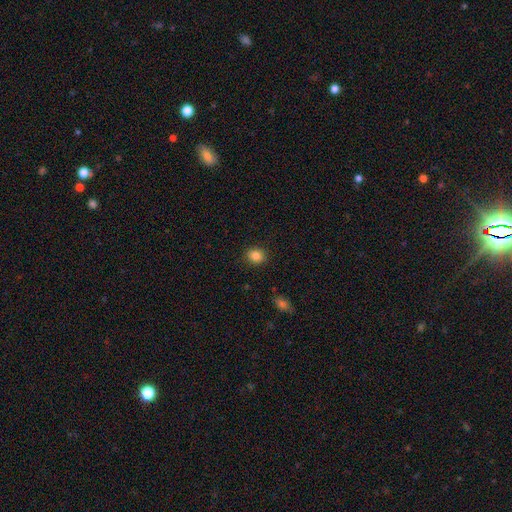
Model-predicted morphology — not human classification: smooth_or_featured: smooth (p=0.85) [alt: star or artifact p=0.10]
how_rounded: round (p=0.68) [alt: in between p=0.31]
merging: none (p=0.89) [alt: minor disturbance p=0.07]